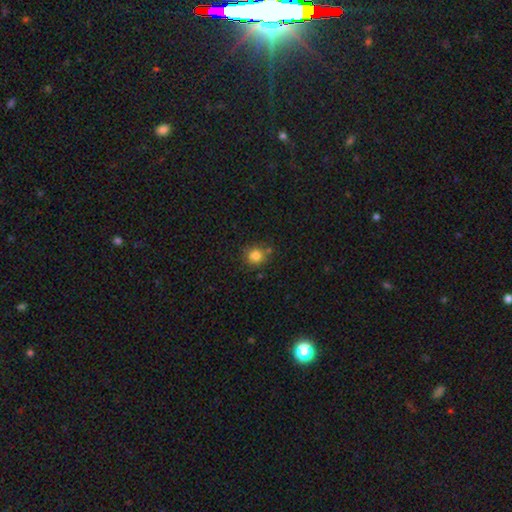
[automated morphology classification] smooth_or_featured: smooth (p=0.82) [alt: star or artifact p=0.12]
how_rounded: round (p=0.87) [alt: in between p=0.12]
merging: none (p=0.76) [alt: minor disturbance p=0.14]